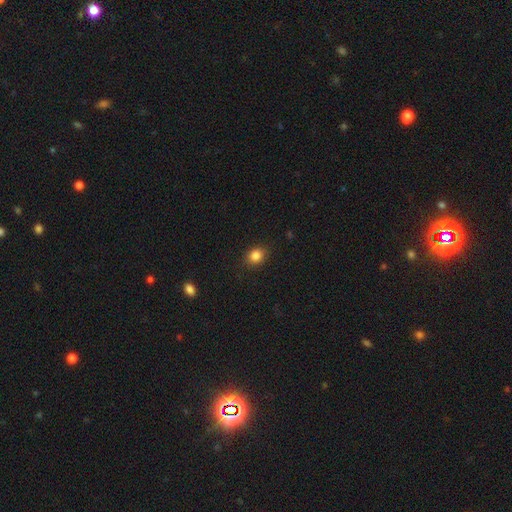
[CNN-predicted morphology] Overall: smooth (85%). How rounded: round (57%; in between 42%). Merging: none (87%).